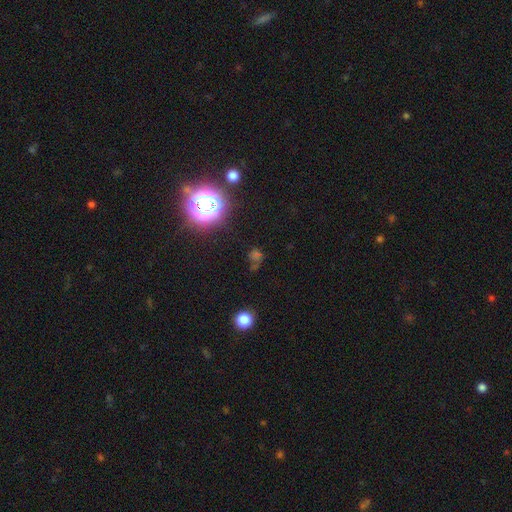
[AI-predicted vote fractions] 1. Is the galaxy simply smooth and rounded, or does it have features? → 51% star or artifact, 39% smooth, 10% featured or disk.